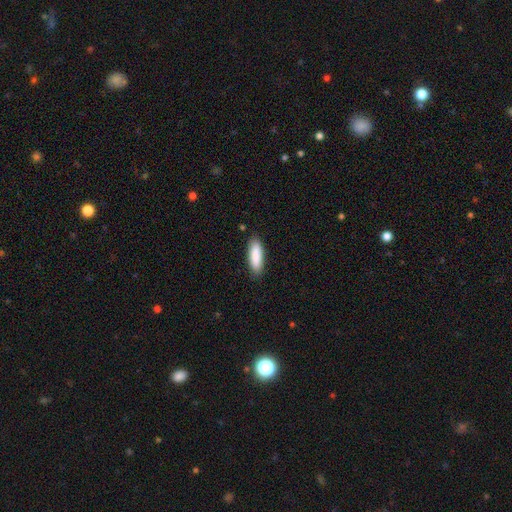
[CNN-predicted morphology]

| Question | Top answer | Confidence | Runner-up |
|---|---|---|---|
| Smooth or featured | smooth | 89% | featured or disk (6%) |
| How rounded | in between | 51% | cigar-shaped (47%) |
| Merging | none | 88% | minor disturbance (9%) |